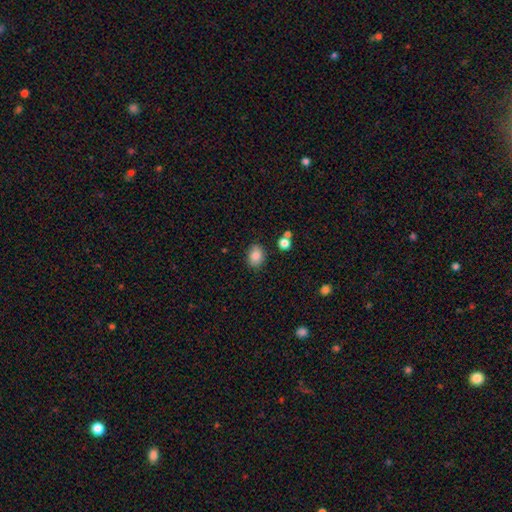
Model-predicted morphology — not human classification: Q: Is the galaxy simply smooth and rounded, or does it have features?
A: smooth — 85%.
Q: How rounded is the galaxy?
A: in between — 59%.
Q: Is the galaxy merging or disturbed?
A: none — 82%.